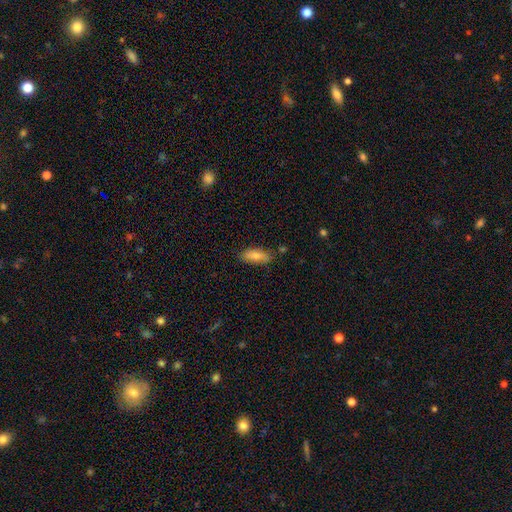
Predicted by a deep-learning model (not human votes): smooth_or_featured: smooth (p=0.77) [alt: featured or disk p=0.17]
how_rounded: in between (p=0.81) [alt: cigar-shaped p=0.17]
merging: none (p=0.73) [alt: minor disturbance p=0.20]